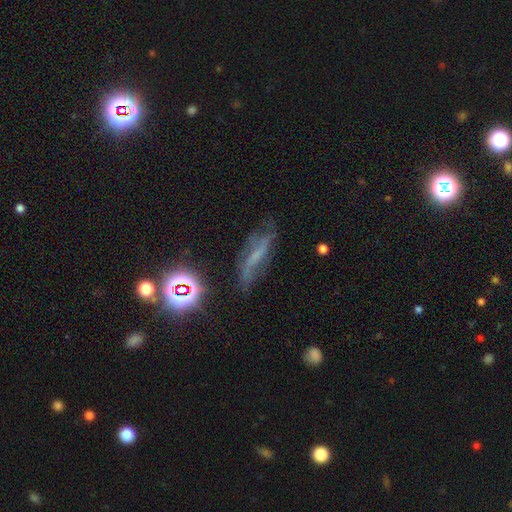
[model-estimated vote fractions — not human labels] smooth-or-featured: featured or disk: 51% | smooth: 26% | star or artifact: 23%
  disk-edge-on: no: 71% | yes: 29%
  merging: none: 57% | minor disturbance: 24% | major disturbance: 15% | merger: 3%